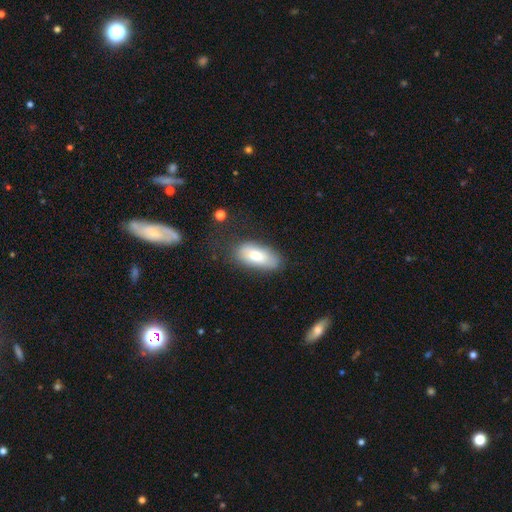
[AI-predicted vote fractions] Overall: smooth (75%). How rounded: in between (87%). Merging: none (72%).